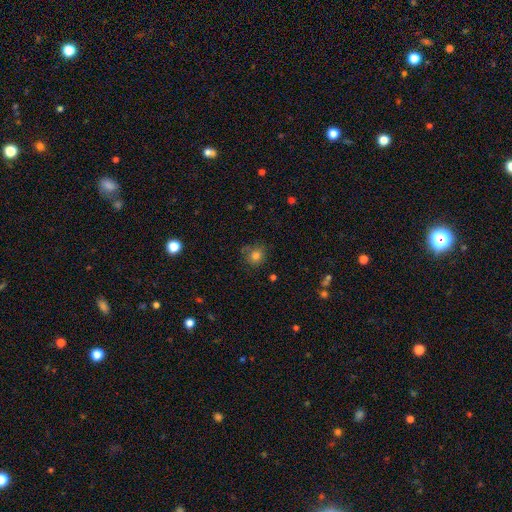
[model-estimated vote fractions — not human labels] smooth 78%, star or artifact 14%, featured or disk 8%. Down the decision tree: how rounded — round (87%); merging — none (74%).